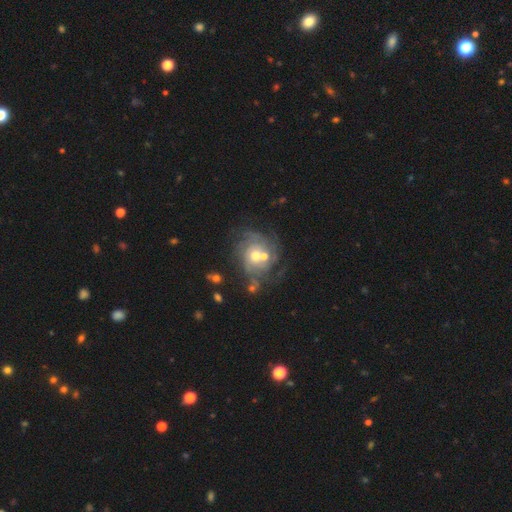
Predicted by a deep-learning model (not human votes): Smooth or featured? featured or disk (72%)
Edge-on disk? no (97%)
Bar? no (81%)
Spiral arms? yes (82%)
Spiral winding? tight (59%)
Spiral arm count? can't tell (45%)
Bulge size? moderate (63%)
Merging? none (46%)